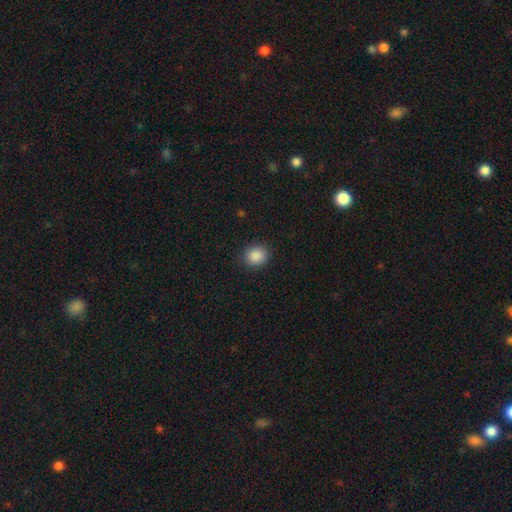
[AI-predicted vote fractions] A smooth galaxy with no disk features (88%) that is round (77%).

Vote fractions:
- Smooth or featured? smooth: 88% / star or artifact: 9% / featured or disk: 3%
- How rounded? round: 77% / in between: 22% / cigar-shaped: 1%
- Merging? none: 89% / minor disturbance: 7% / major disturbance: 2% / merger: 1%